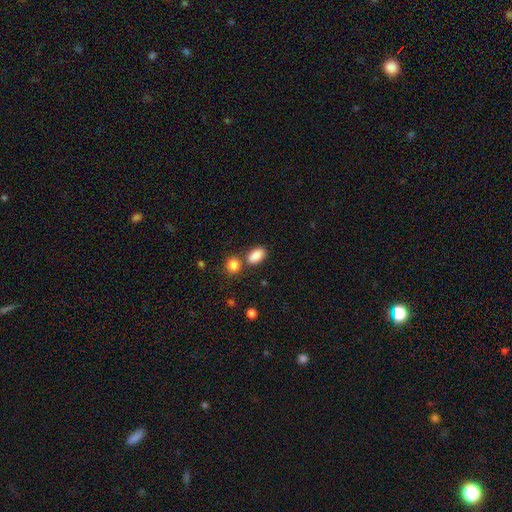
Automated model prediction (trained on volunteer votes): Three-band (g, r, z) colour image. It shows a smooth galaxy with no disk features (87%) that is in between round and cigar-shaped (89%). Merging: none (64%).